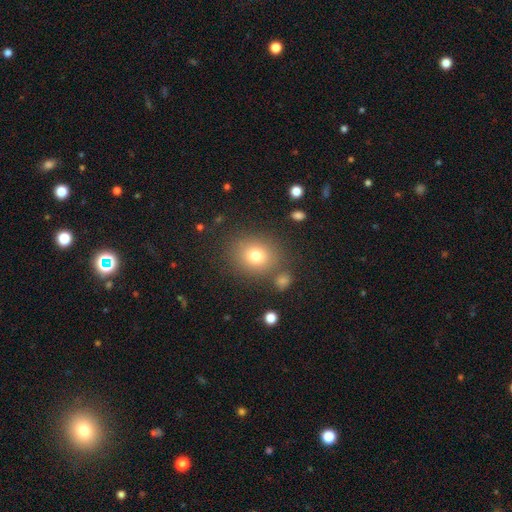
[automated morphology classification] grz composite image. It shows a smooth galaxy with no disk features (75%) that is round (73%). Merging: none (79%).